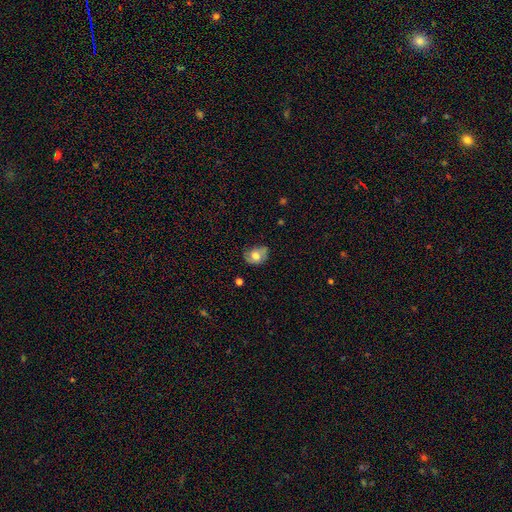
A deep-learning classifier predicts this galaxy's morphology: The model was most divided on "how rounded": in between: 60%, round: 39%, cigar-shaped: 1%. More confident: smooth or featured — smooth (62%); merging — none (55%).